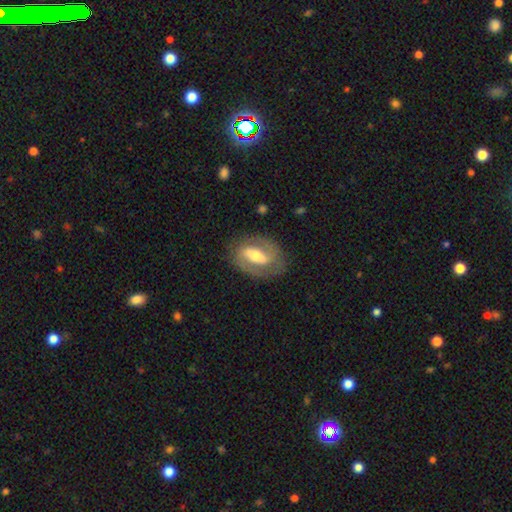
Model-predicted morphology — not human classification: A featured or disk galaxy (75%) with a strong bar (55%), 2 (84%) medium (46%) spiral arms (79%) and a moderate central bulge (64%).

Vote fractions:
- Smooth or featured? featured or disk: 75% / smooth: 20% / star or artifact: 5%
- Edge-on disk? no: 93% / yes: 7%
- Bar? strong: 55% / weak: 31% / no: 14%
- Spiral arms? yes: 79% / no: 21%
- Spiral winding? medium: 46% / tight: 35% / loose: 19%
- Spiral arm count? 2: 84% / can't tell: 8% / 1: 5% / 3: 1% / 4: 1% / more than 4: 1%
- Bulge size? moderate: 64% / small: 21% / large: 12% / dominant: 1% / none: 1%
- Merging? none: 80% / minor disturbance: 13% / major disturbance: 6% / merger: 1%